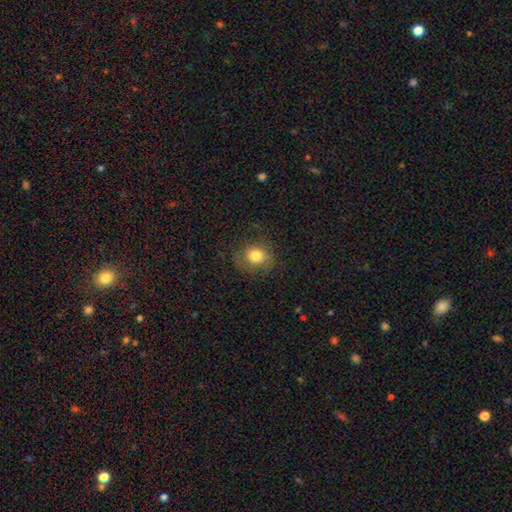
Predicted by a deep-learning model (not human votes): Q: Smooth or featured?
A: smooth (78%); runner-up: featured or disk (11%)
Q: How rounded?
A: round (73%); runner-up: in between (26%)
Q: Merging?
A: none (75%); runner-up: minor disturbance (16%)